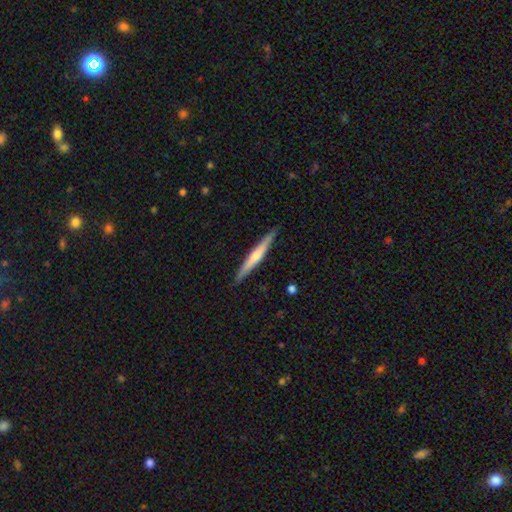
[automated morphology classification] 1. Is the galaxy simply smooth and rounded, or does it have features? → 50% featured or disk, 45% smooth, 5% star or artifact.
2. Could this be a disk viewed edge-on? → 96% yes, 4% no.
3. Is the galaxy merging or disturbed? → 89% none, 8% minor disturbance, 1% major disturbance, 1% merger.